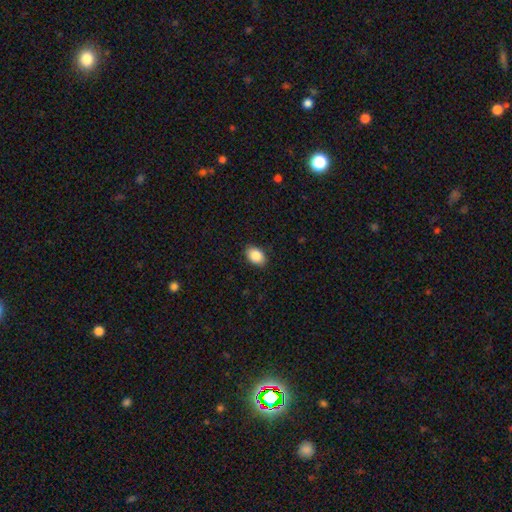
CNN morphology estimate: This is clearly a smooth galaxy (87%). How rounded: clearly in between (82%). Merging: clearly none (88%).